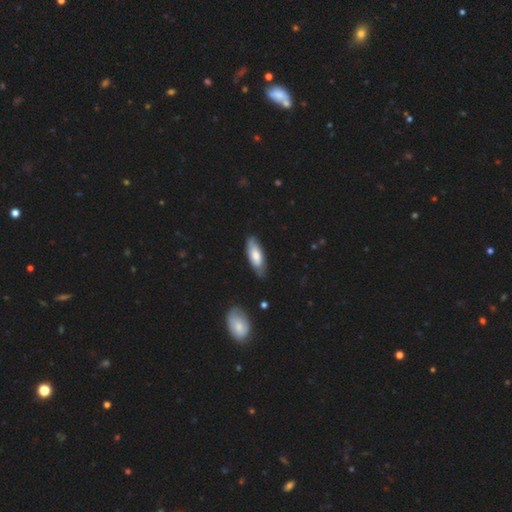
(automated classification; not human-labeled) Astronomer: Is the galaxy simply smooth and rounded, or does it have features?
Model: smooth — 64%.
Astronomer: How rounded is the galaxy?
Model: in between — 70%.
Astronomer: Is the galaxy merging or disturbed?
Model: none — 75%.